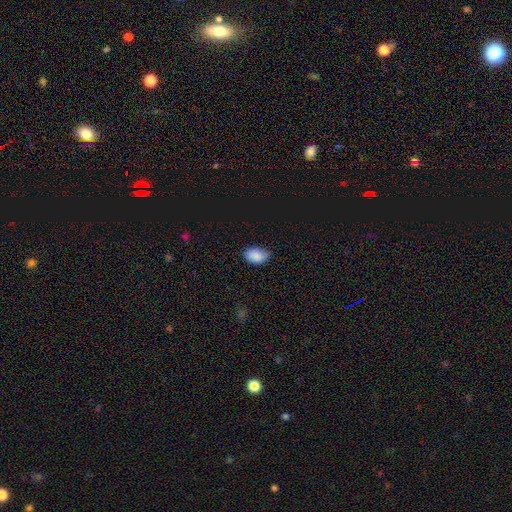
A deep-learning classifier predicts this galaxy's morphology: Smooth or featured? smooth (86%)
How rounded? in between (86%)
Merging? none (65%)